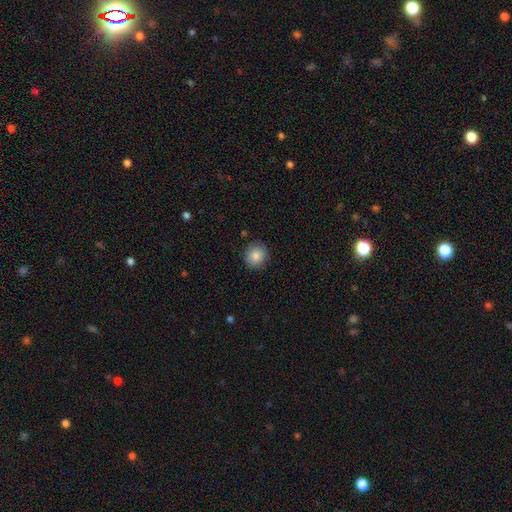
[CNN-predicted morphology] Q: Smooth or featured?
A: smooth (86%); runner-up: star or artifact (8%)
Q: How rounded?
A: round (85%); runner-up: in between (14%)
Q: Merging?
A: none (86%); runner-up: minor disturbance (10%)